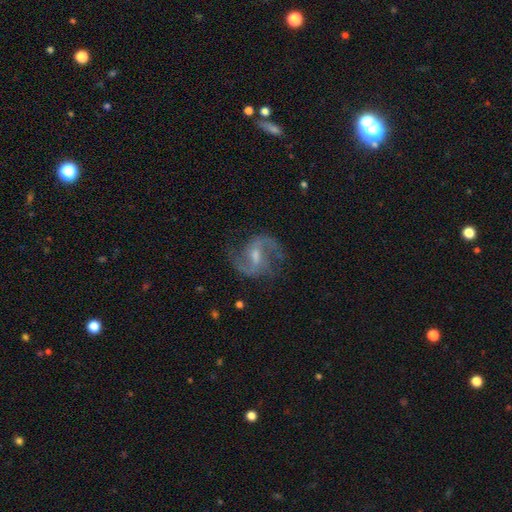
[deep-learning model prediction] Overall: featured or disk (88%). Edge-on disk: no (98%). Bar: weak (58%; strong 21%). Spiral arms: yes (97%). Spiral arm count: 2 (91%). Spiral winding: medium (51%; loose 39%). Bulge size: moderate (44%; small 41%). Merging: none (73%).